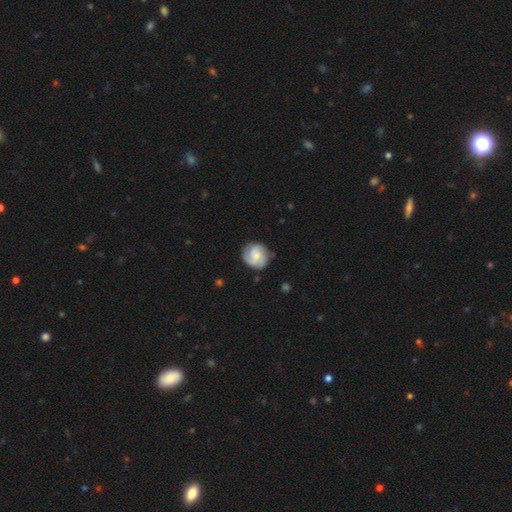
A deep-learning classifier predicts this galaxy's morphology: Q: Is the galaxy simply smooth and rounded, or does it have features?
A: featured or disk — 57%.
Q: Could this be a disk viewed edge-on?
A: no — 98%.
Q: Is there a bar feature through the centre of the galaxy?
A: no — 64%.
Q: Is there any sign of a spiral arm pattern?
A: yes — 91%.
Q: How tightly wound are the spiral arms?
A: tight — 47%.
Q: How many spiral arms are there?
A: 2 — 37%.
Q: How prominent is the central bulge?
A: small — 56%.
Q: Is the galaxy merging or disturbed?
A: none — 78%.